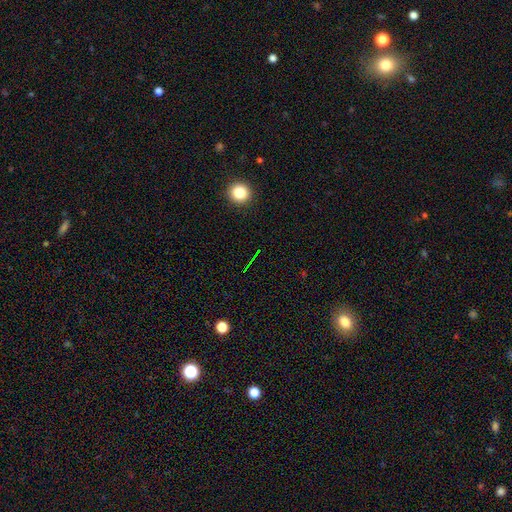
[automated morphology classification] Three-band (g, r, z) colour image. It shows a star or artifact, not a galaxy (59%).